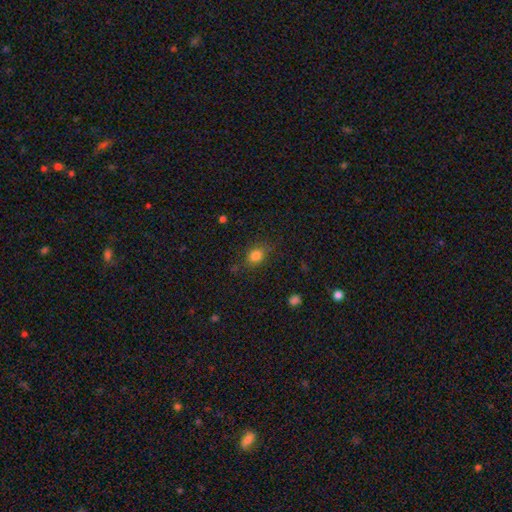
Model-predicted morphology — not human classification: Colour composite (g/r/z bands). It shows a smooth galaxy with no disk features (81%) that is round (50%). Merging: none (77%).